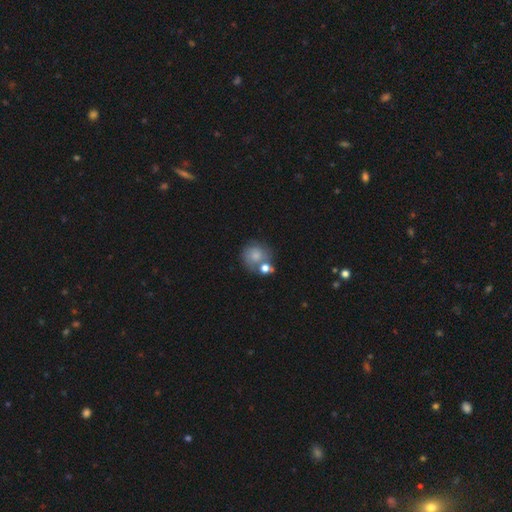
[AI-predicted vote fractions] A smooth galaxy with no disk features (69%) that is round (84%). Merging: none (48%).